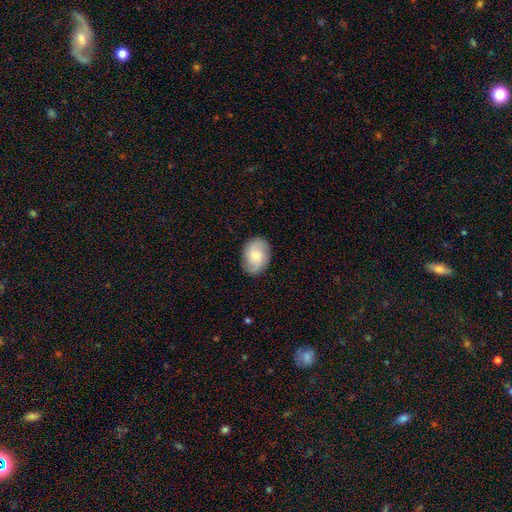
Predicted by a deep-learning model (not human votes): Smooth or featured: smooth — 57% (featured or disk — 36%)
How rounded: in between — 72% (round — 27%)
Merging: none — 82% (minor disturbance — 13%)